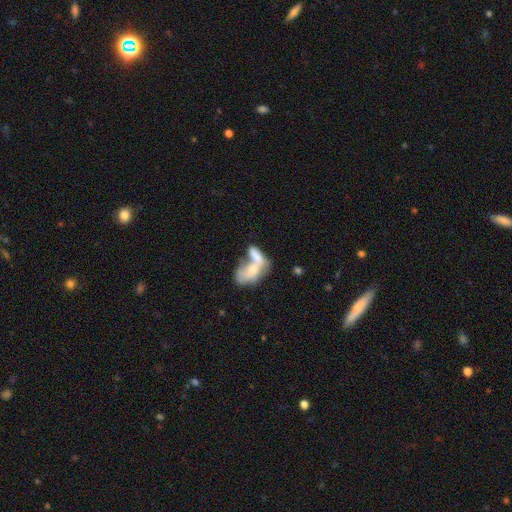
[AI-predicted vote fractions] Overall: smooth (58%; featured or disk 34%). How rounded: in between (84%). Merging: merger (70%).